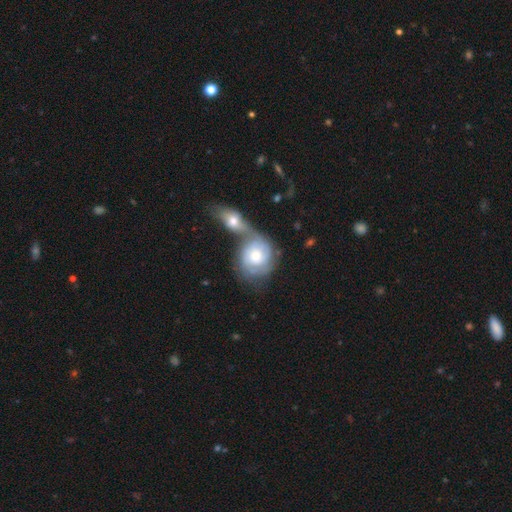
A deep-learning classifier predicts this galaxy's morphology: This is likely a featured or disk galaxy (63%). It is clearly not viewed edge-on (96%). Bar: likely no (78%). Spiral arm pattern: clearly yes (82%). Central bulge: likely moderate (62%). Merging: likely merger (65%).